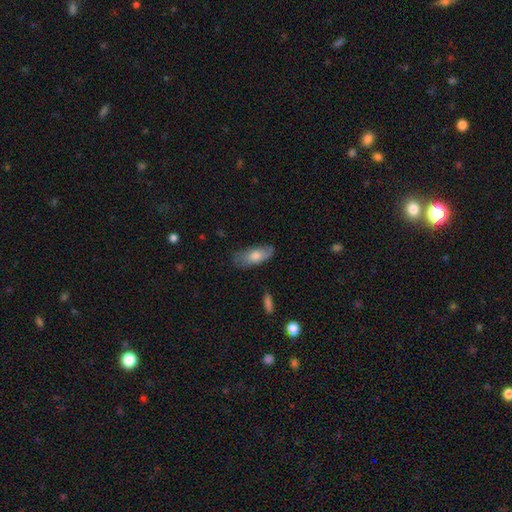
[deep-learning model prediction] smooth_or_featured: smooth (p=0.72) [alt: featured or disk p=0.22]
how_rounded: in between (p=0.82) [alt: cigar-shaped p=0.15]
merging: none (p=0.66) [alt: minor disturbance p=0.26]